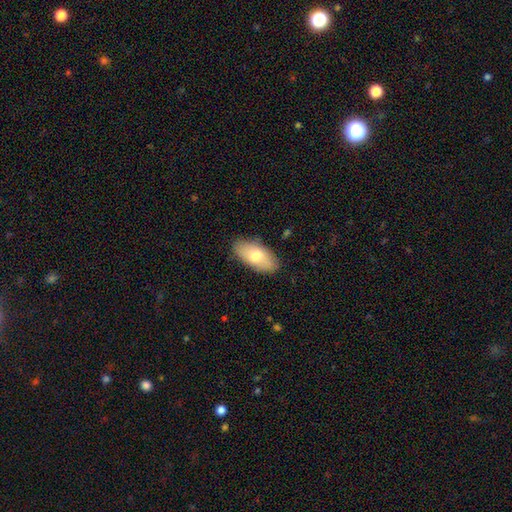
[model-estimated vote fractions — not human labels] Smooth or featured? smooth (74%)
How rounded? in between (92%)
Merging? none (85%)